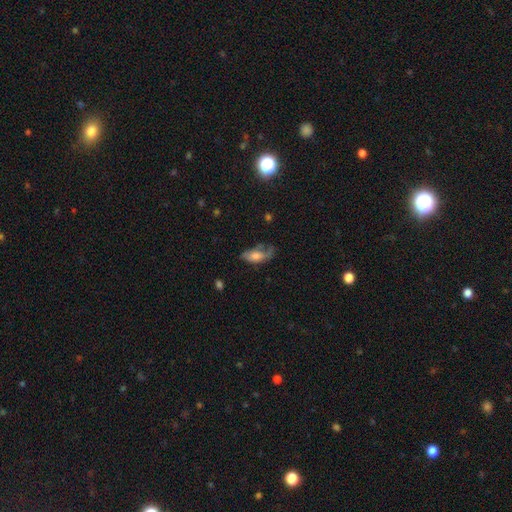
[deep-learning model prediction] Smooth or featured: smooth — 55% (featured or disk — 37%)
How rounded: in between — 85% (cigar-shaped — 11%)
Merging: major disturbance — 34% (tied with none — 34%)